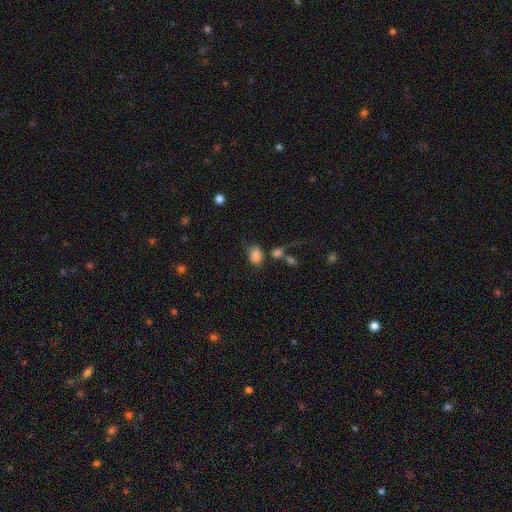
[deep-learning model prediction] A smooth galaxy with no disk features (84%) that is in between round and cigar-shaped (80%).

Vote fractions:
- Smooth or featured? smooth: 84% / star or artifact: 9% / featured or disk: 7%
- How rounded? in between: 80% / round: 19% / cigar-shaped: 1%
- Merging? none: 52% / merger: 19% / minor disturbance: 17% / major disturbance: 11%